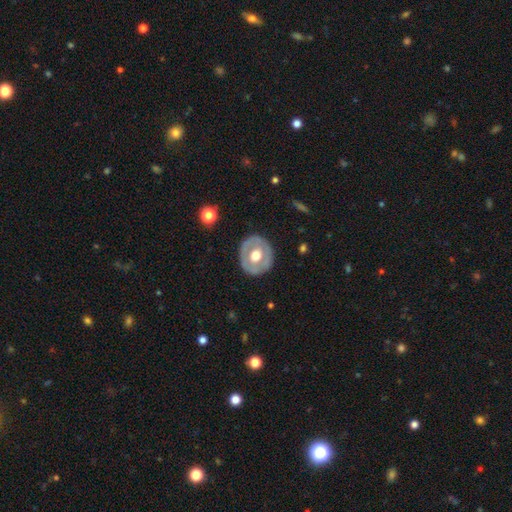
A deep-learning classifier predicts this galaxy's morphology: This appears to be a featured or disk galaxy (54%) with no bar (81%), no spiral arms (88%) and a moderate central bulge (66%). Merging: none (83%).